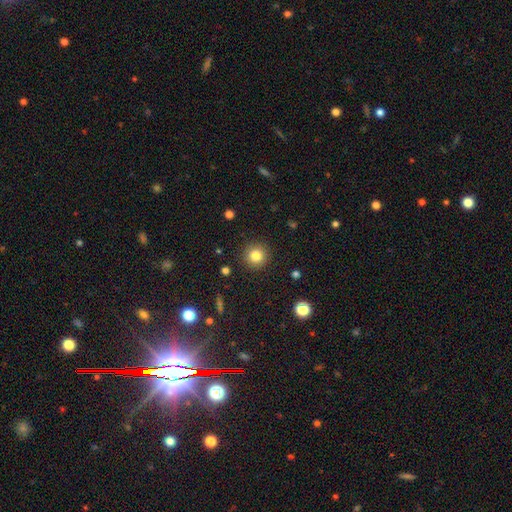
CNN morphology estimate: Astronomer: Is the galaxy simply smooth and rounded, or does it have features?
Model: smooth — 83%.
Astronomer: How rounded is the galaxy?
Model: round — 94%.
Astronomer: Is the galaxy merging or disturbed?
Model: none — 91%.